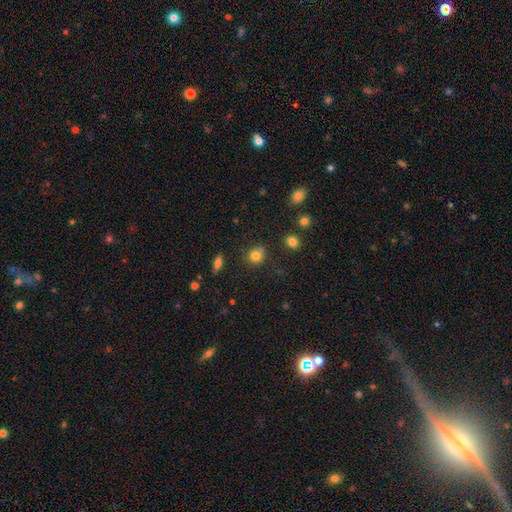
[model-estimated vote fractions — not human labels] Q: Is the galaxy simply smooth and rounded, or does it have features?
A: smooth — 79%.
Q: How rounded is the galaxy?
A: round — 72%.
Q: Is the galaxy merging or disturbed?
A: none — 67%.